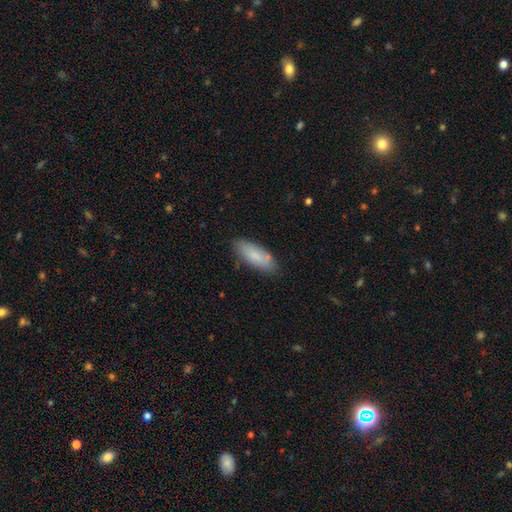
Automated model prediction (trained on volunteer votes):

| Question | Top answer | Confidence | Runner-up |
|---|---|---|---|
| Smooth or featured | smooth | 81% | featured or disk (13%) |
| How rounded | in between | 69% | cigar-shaped (29%) |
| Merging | none | 79% | minor disturbance (16%) |